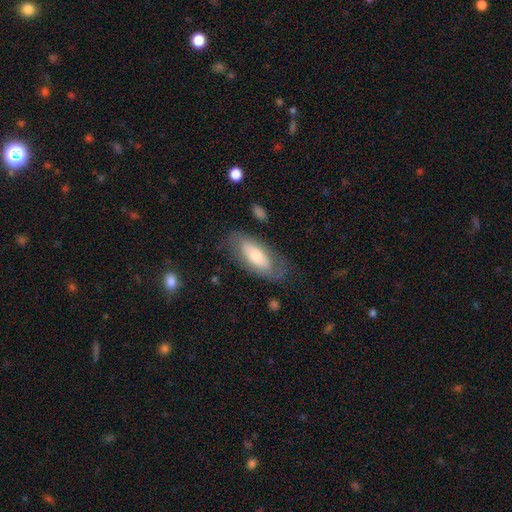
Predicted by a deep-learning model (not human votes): Smooth or featured?
  - smooth: 55% *
  - featured or disk: 39%
  - star or artifact: 6%
How rounded?
  - in between: 79% *
  - cigar-shaped: 19%
  - round: 2%
Merging?
  - none: 71% *
  - minor disturbance: 19%
  - major disturbance: 9%
  - merger: 2%